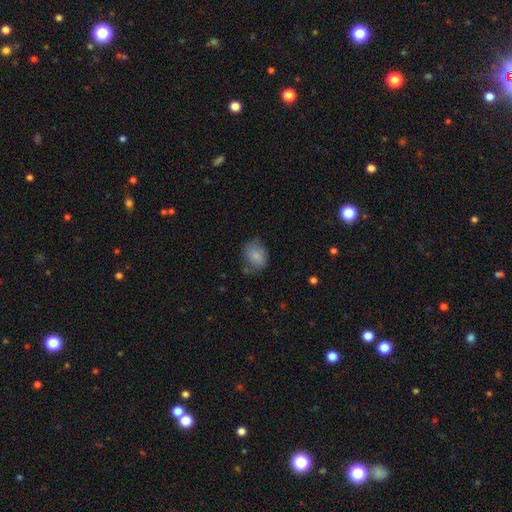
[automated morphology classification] Overall: smooth (80%). How rounded: in between (52%; round 47%). Merging: none (61%; minor disturbance 27%).